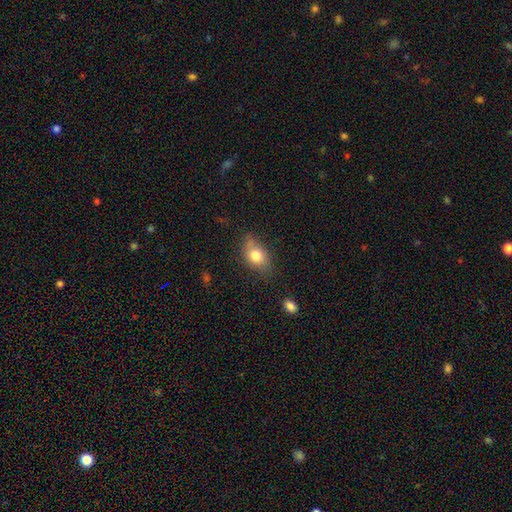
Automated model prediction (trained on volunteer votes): Smooth or featured? smooth (77%)
How rounded? in between (80%)
Merging? none (63%)